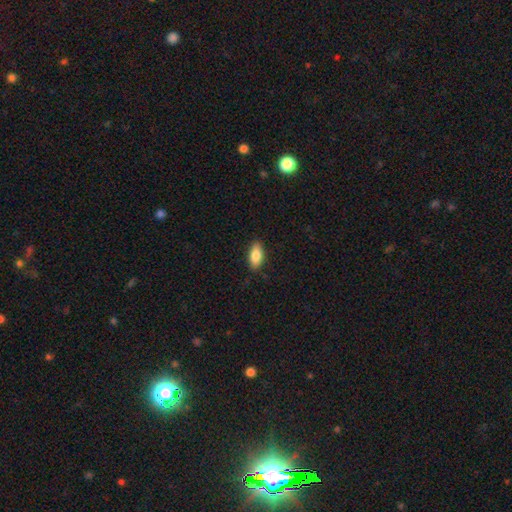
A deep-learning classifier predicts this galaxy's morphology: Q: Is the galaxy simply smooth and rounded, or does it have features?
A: smooth — 83%.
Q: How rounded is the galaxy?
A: in between — 86%.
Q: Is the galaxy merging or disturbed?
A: none — 86%.